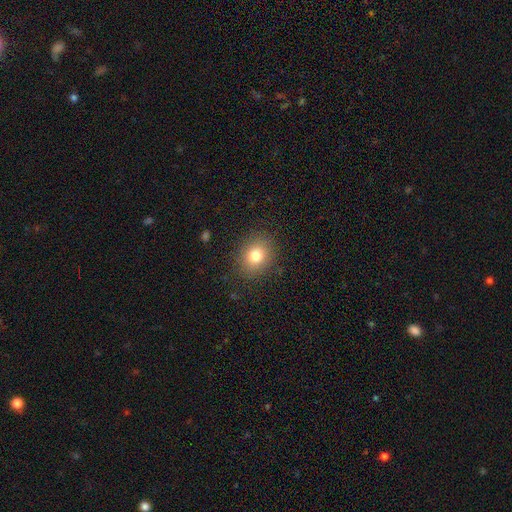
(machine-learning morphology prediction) Smooth or featured?
  - smooth: 79% *
  - star or artifact: 12%
  - featured or disk: 9%
How rounded?
  - round: 63% *
  - in between: 36%
  - cigar-shaped: 1%
Merging?
  - none: 87% *
  - minor disturbance: 9%
  - major disturbance: 3%
  - merger: 1%